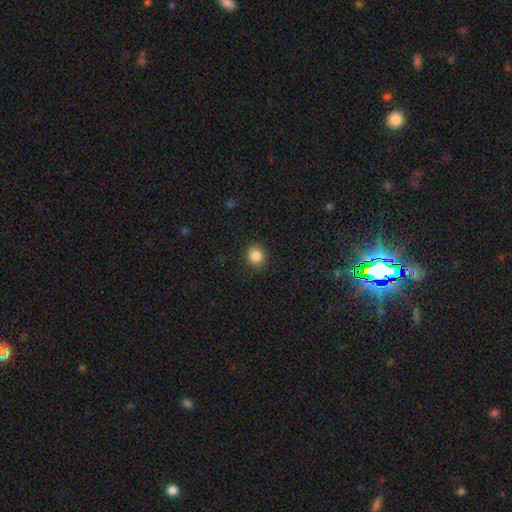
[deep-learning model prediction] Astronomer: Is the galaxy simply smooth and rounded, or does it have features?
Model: smooth — 85%.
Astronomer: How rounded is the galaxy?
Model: round — 84%.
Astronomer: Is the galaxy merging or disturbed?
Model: none — 91%.